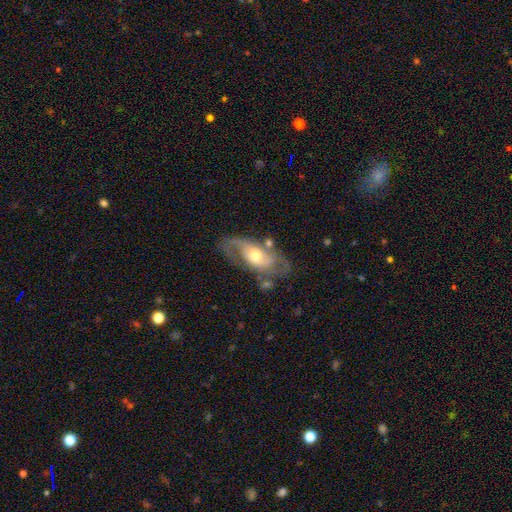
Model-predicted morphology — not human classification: Smooth or featured? featured or disk (76%)
Edge-on disk? no (92%)
Bar? no (62%)
Spiral arms? yes (86%)
Spiral winding? medium (44%)
Spiral arm count? 2 (69%)
Bulge size? moderate (65%)
Merging? none (59%)